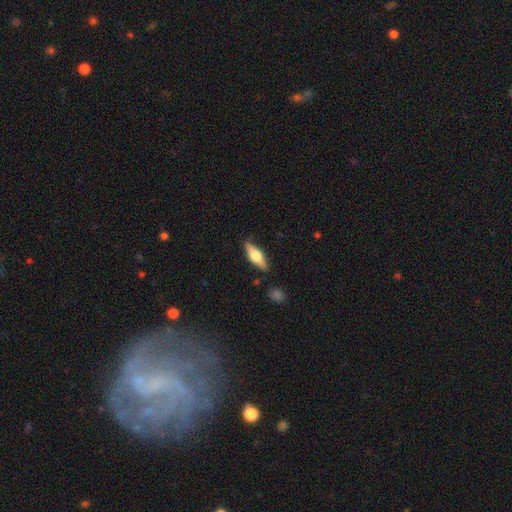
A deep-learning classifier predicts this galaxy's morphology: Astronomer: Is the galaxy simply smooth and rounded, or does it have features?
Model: featured or disk — 54% (runner-up: smooth, 40%).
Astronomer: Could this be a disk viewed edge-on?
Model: yes — 94%.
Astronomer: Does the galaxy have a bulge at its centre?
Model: rounded — 92%.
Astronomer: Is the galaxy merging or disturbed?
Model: none — 85%.